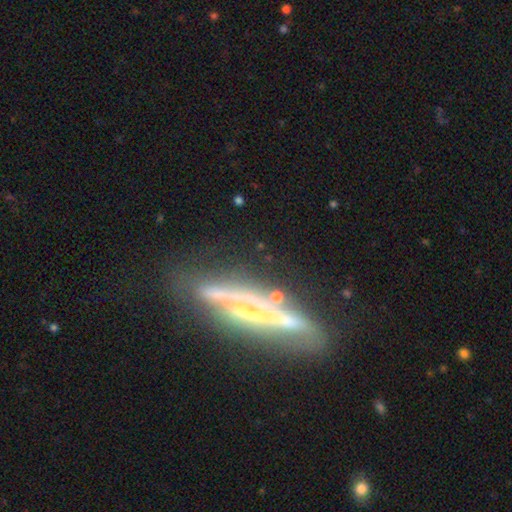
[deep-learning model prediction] Smooth or featured?
  - featured or disk: 77% *
  - smooth: 16%
  - star or artifact: 8%
Edge-on disk?
  - yes: 85% *
  - no: 15%
Edge-on bulge?
  - none: 45% *
  - rounded: 35%
  - boxy: 20%
Merging?
  - none: 69% *
  - minor disturbance: 18%
  - major disturbance: 7%
  - merger: 5%